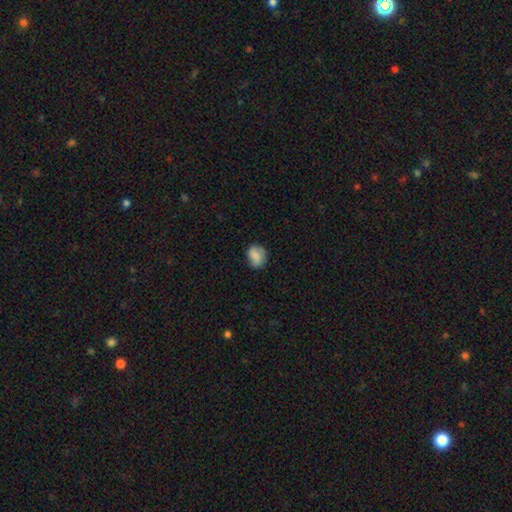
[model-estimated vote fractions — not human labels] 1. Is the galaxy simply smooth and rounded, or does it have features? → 79% smooth, 12% featured or disk, 9% star or artifact.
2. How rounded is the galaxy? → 52% in between, 46% round, 1% cigar-shaped.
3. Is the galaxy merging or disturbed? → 64% none, 27% minor disturbance, 8% major disturbance, 2% merger.